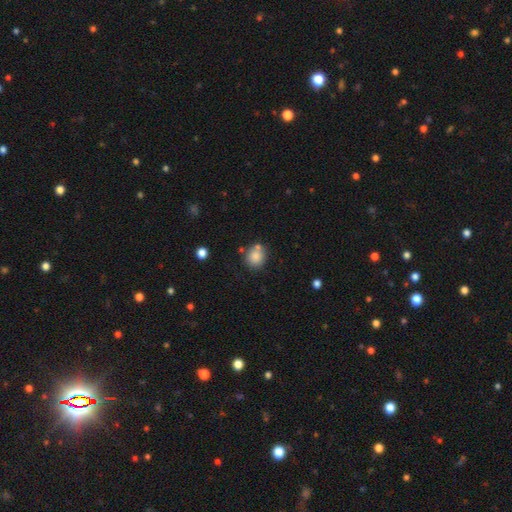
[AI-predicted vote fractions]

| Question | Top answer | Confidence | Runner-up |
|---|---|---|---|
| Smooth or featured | smooth | 82% | star or artifact (10%) |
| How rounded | round | 83% | in between (16%) |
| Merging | none | 68% | merger (15%) |